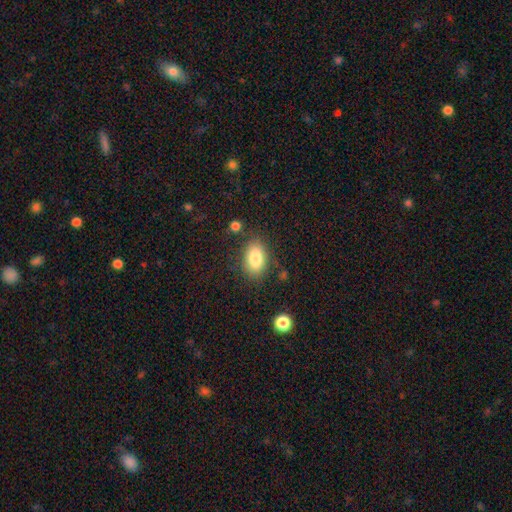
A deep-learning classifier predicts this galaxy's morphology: A smooth galaxy with no disk features (84%) that is in between round and cigar-shaped (88%).

Vote fractions:
- Smooth or featured? smooth: 84% / featured or disk: 8% / star or artifact: 8%
- How rounded? in between: 88% / round: 10% / cigar-shaped: 2%
- Merging? none: 80% / minor disturbance: 13% / major disturbance: 4% / merger: 3%